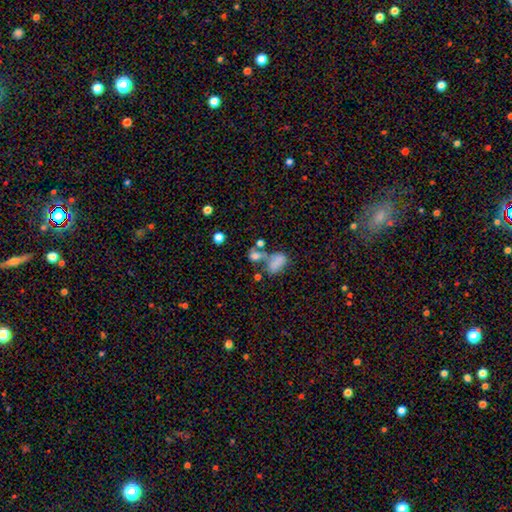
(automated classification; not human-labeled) Overall: smooth (66%). How rounded: in between (67%; round 30%). Merging: merger (50%; none 27%).